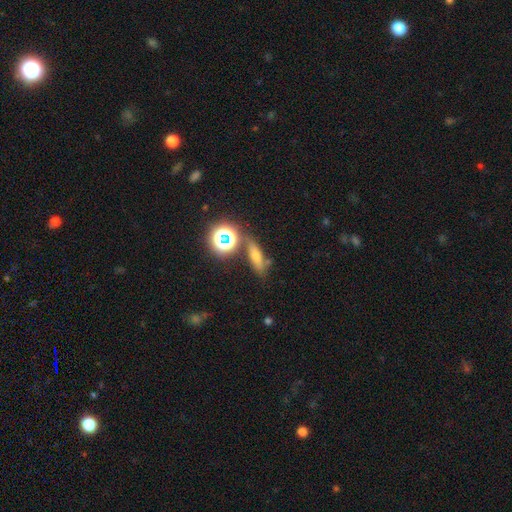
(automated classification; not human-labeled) Smooth or featured?
  - smooth: 52% *
  - star or artifact: 28%
  - featured or disk: 20%
How rounded?
  - cigar-shaped: 49% *
  - in between: 35%
  - round: 16%
Merging?
  - none: 69% *
  - minor disturbance: 16%
  - merger: 10%
  - major disturbance: 6%